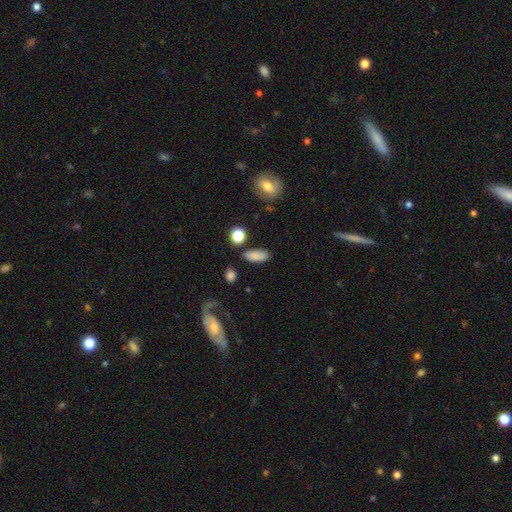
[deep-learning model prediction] Morphology: type=smooth (83%); roundness=in between (85%); merging=none (80%).